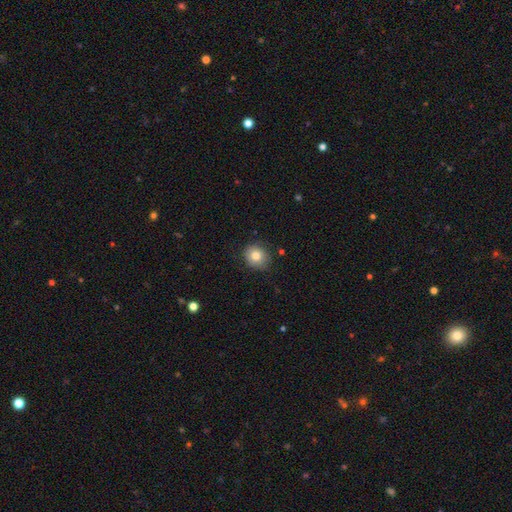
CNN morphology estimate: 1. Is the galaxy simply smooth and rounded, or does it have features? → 79% smooth, 11% featured or disk, 10% star or artifact.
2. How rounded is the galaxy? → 77% round, 22% in between, 1% cigar-shaped.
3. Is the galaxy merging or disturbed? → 81% none, 15% minor disturbance, 3% major disturbance, 1% merger.